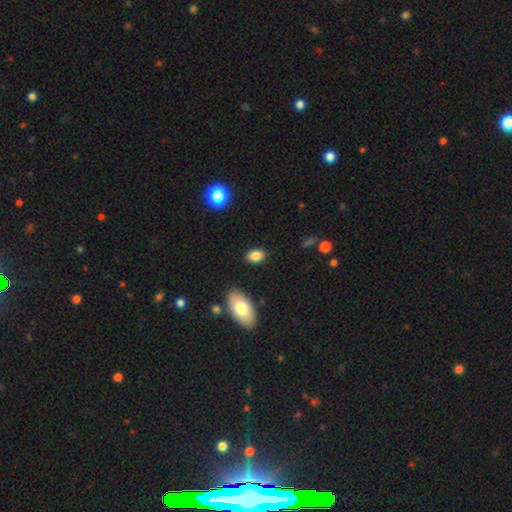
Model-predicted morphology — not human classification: This appears to be a smooth galaxy with no disk features (85%) that is in between round and cigar-shaped (86%). Merging: none (86%).